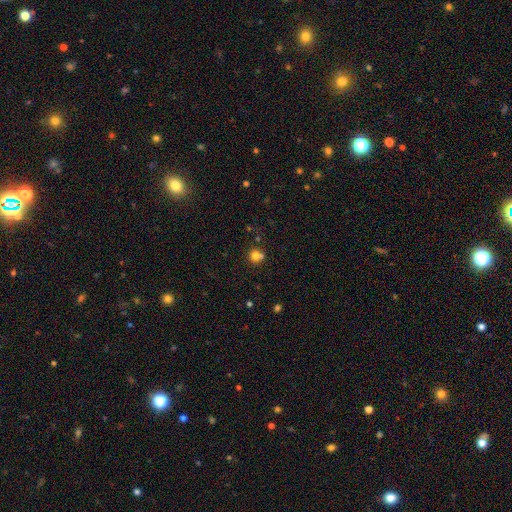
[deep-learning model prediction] smooth 74%, star or artifact 15%, featured or disk 10%. Down the decision tree: how rounded — round (89%); merging — none (55%).